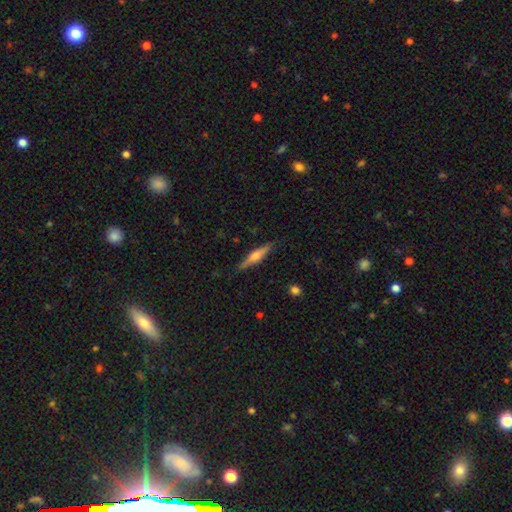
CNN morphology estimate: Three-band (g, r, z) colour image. It shows a featured or disk galaxy (59%) viewed edge-on (96%) with a rounded central bulge (80%). Merging: none (86%).